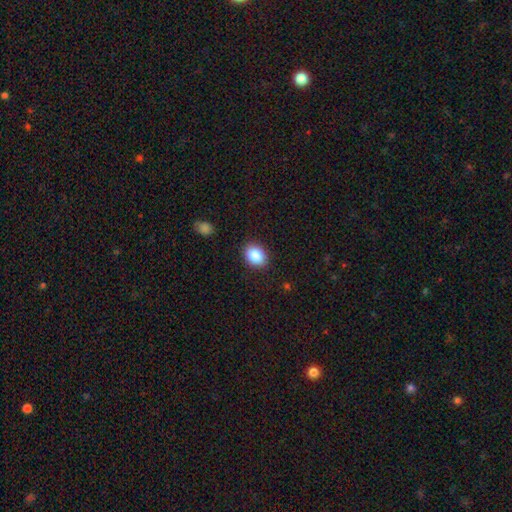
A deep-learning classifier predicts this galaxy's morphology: Overall: smooth (88%). How rounded: in between (63%; round 36%). Merging: none (87%).